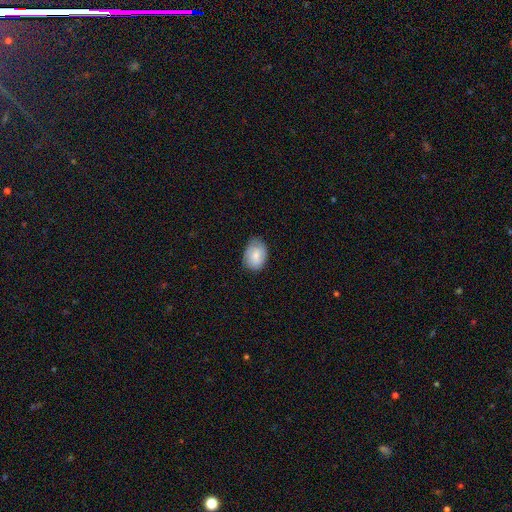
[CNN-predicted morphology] smooth-or-featured: smooth: 73% | featured or disk: 20% | star or artifact: 7%
  how-rounded: in between: 74% | round: 25% | cigar-shaped: 1%
  merging: none: 72% | minor disturbance: 23% | major disturbance: 4% | merger: 1%